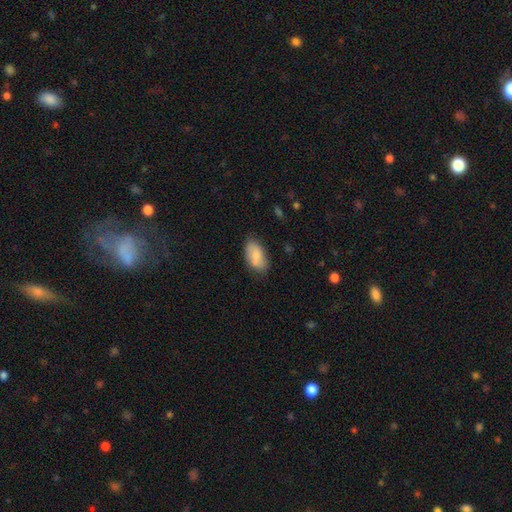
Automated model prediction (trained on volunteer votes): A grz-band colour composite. It shows a smooth galaxy with no disk features (77%) that is in between round and cigar-shaped (93%). Merging: none (73%).